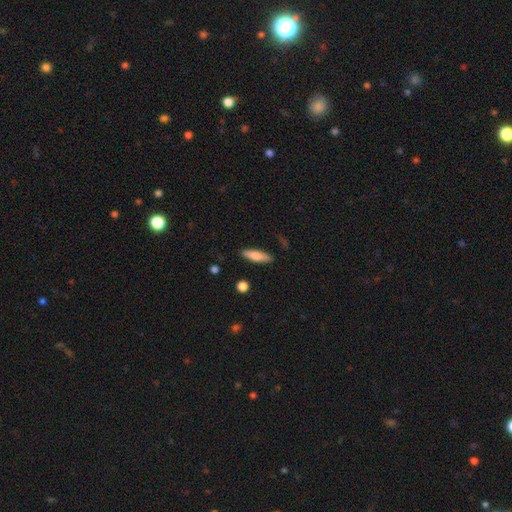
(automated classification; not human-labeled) This appears to be a smooth galaxy with no disk features (75%) that is cigar-shaped (67%). Merging: none (87%).